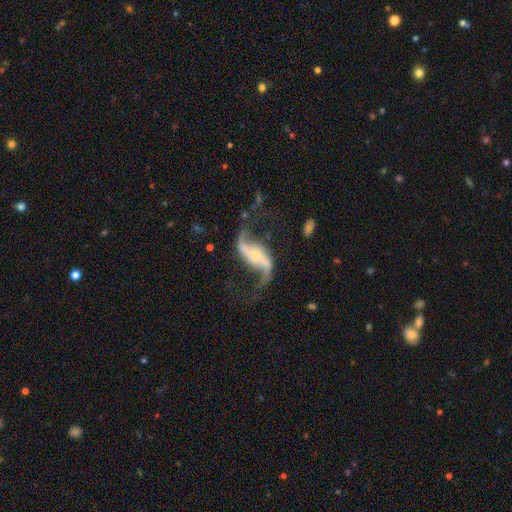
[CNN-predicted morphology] A featured or disk galaxy (91%) with a strong bar (39%), 2 (94%) loose (87%) spiral arms (96%) and a small central bulge (58%). Merging: none (71%).